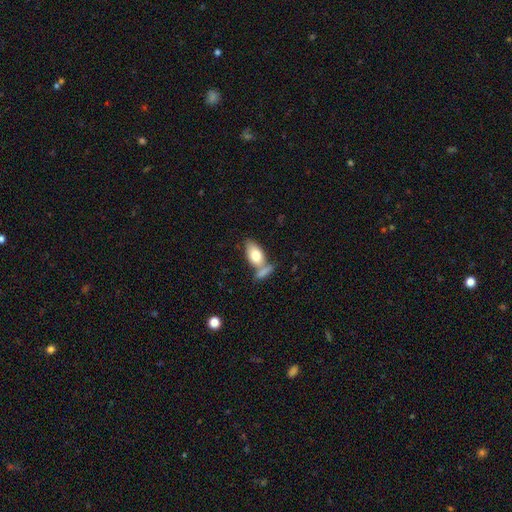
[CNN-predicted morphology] A smooth galaxy with no disk features (76%) that is in between round and cigar-shaped (90%).

Vote fractions:
- Smooth or featured? smooth: 76% / featured or disk: 18% / star or artifact: 6%
- How rounded? in between: 90% / round: 5% / cigar-shaped: 4%
- Merging? none: 46% / merger: 36% / minor disturbance: 13% / major disturbance: 5%